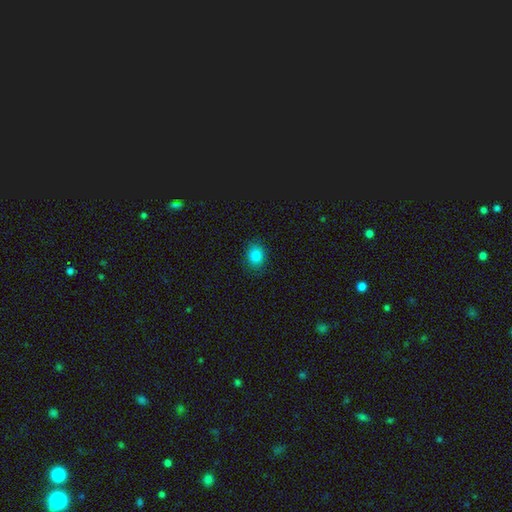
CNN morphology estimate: Smooth or featured: smooth — 83% (star or artifact — 11%)
How rounded: round — 58% (in between — 41%)
Merging: none — 87% (minor disturbance — 9%)